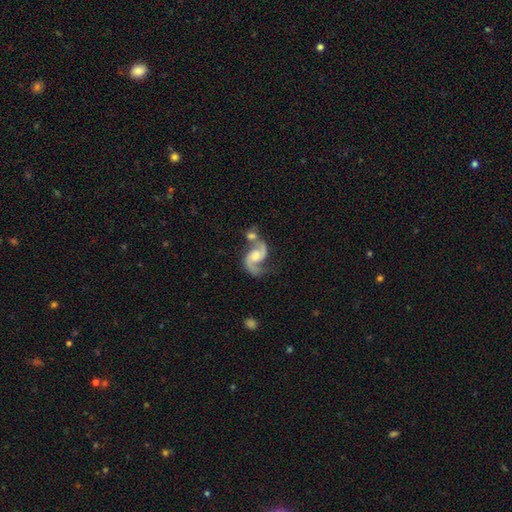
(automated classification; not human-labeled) smooth-or-featured: featured or disk: 88% | smooth: 7% | star or artifact: 5%
  disk-edge-on: no: 98% | yes: 2%
    bar: no: 53% | weak: 37% | strong: 9%
    has-spiral-arms: yes: 97% | no: 3%
      spiral-winding: loose: 48% | medium: 44% | tight: 8%
      spiral-arm-count: 2: 91% | 1: 4% | can't tell: 2% | 3: 1% | 4: 1% | more than 4: 1%
    bulge-size: moderate: 51% | small: 26% | large: 12% | none: 9% | dominant: 2%
  merging: none: 38% | merger: 36% | minor disturbance: 15% | major disturbance: 11%